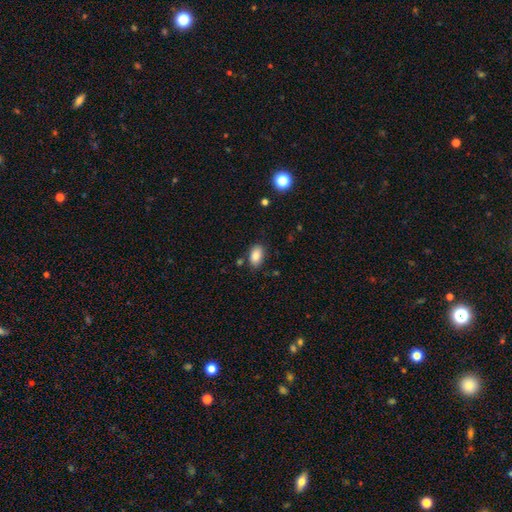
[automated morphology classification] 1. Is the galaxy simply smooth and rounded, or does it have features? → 85% smooth, 8% star or artifact, 7% featured or disk.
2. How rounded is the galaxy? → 90% in between, 8% round, 2% cigar-shaped.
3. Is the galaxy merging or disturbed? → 81% none, 12% minor disturbance, 4% merger, 3% major disturbance.